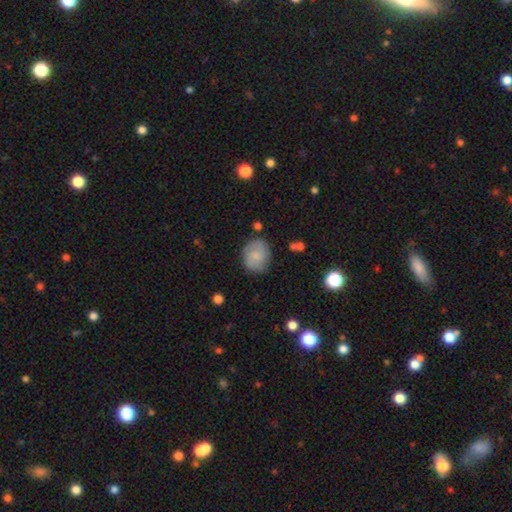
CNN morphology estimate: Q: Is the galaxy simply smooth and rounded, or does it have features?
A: smooth — 66%.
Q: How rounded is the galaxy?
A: round — 67%.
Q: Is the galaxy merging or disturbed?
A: none — 75%.